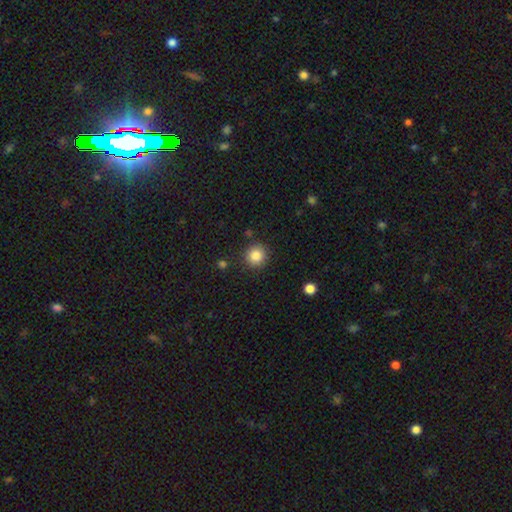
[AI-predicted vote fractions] smooth-or-featured: smooth: 85% | star or artifact: 10% | featured or disk: 5%
  how-rounded: round: 93% | in between: 6% | cigar-shaped: 1%
  merging: none: 89% | minor disturbance: 7% | major disturbance: 2% | merger: 2%